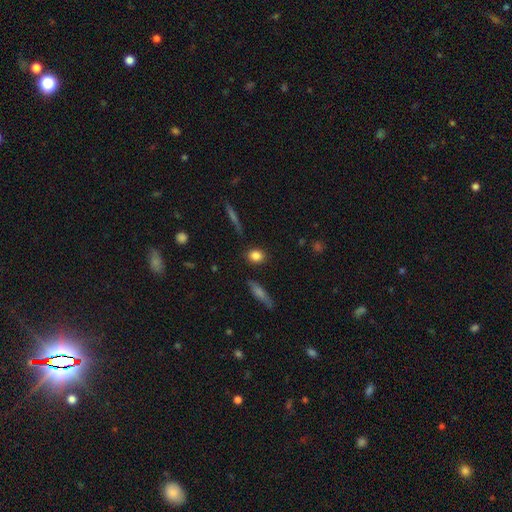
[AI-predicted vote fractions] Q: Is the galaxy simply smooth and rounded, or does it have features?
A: smooth — 84%.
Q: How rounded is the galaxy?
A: round — 56%.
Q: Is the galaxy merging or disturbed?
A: none — 87%.